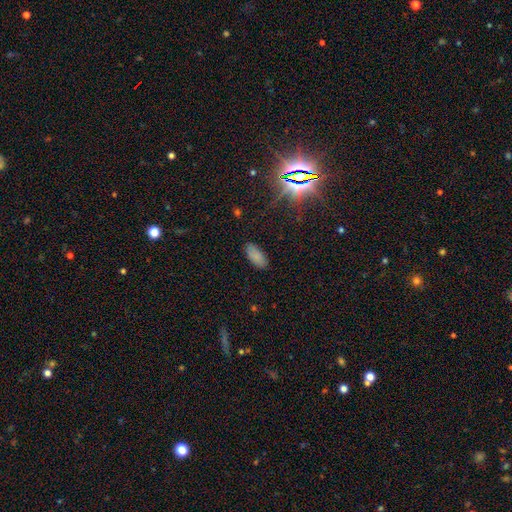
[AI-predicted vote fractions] smooth 83%, star or artifact 11%, featured or disk 6%. Down the decision tree: how rounded — in between (89%); merging — none (86%).